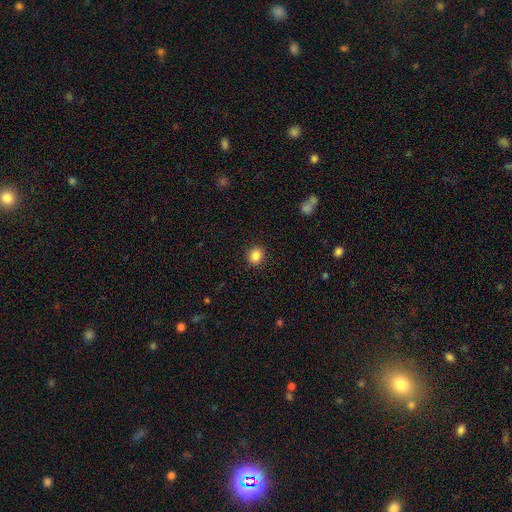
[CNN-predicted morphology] Smooth or featured: smooth — 86% (star or artifact — 10%)
How rounded: round — 76% (in between — 23%)
Merging: none — 91% (minor disturbance — 6%)